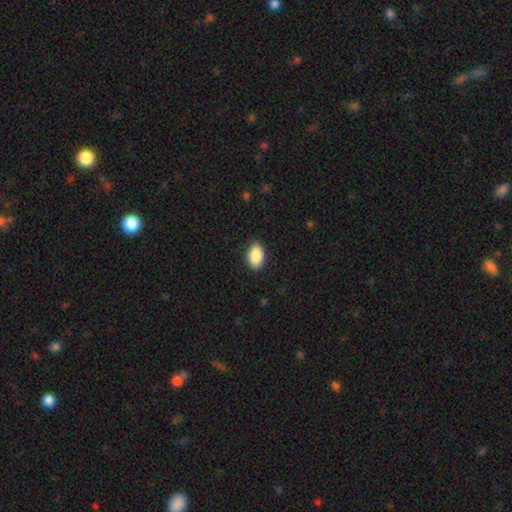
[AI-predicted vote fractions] A smooth galaxy with no disk features (88%) that is in between round and cigar-shaped (90%).

Vote fractions:
- Smooth or featured? smooth: 88% / star or artifact: 7% / featured or disk: 5%
- How rounded? in between: 90% / round: 9% / cigar-shaped: 2%
- Merging? none: 87% / minor disturbance: 10% / major disturbance: 2% / merger: 1%